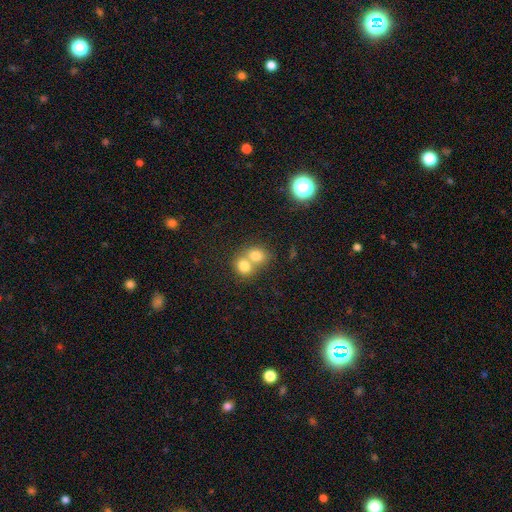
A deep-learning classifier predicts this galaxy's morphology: The model was most divided on "how rounded": round: 61%, in between: 38%, cigar-shaped: 1%. More confident: smooth or featured — smooth (76%); merging — merger (66%).